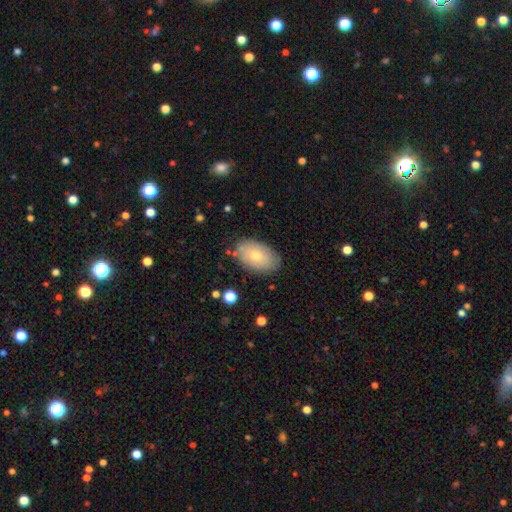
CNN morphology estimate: smooth 74%, featured or disk 19%, star or artifact 7%. Down the decision tree: how rounded — in between (92%); merging — none (82%).